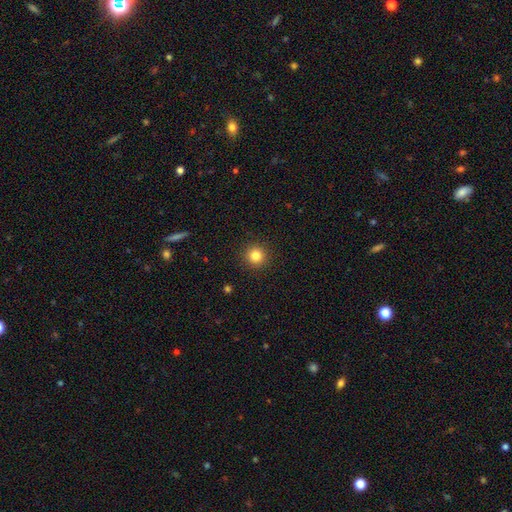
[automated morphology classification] smooth 82%, star or artifact 12%, featured or disk 6%. Down the decision tree: how rounded — round (95%); merging — none (92%).